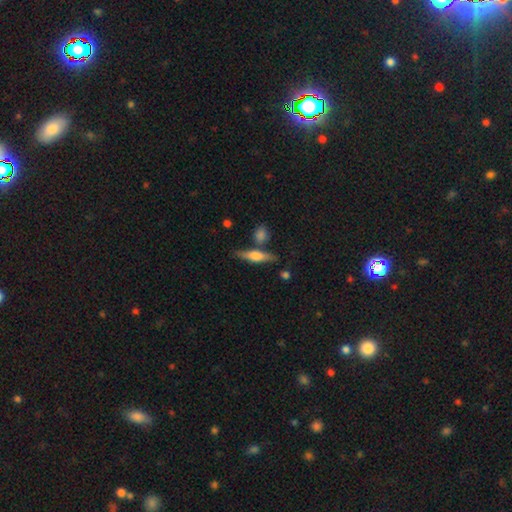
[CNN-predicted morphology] A featured or disk galaxy (49%). Merging: none (75%).